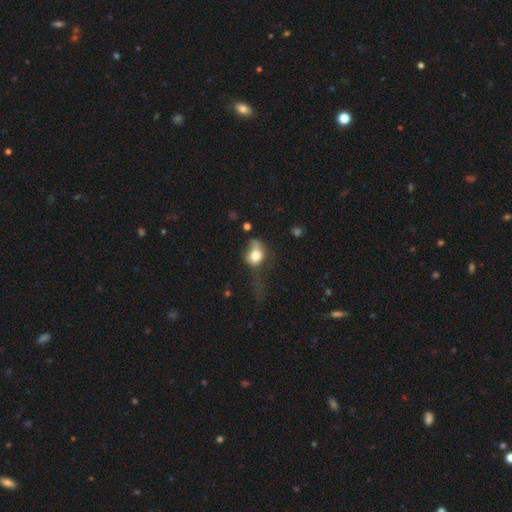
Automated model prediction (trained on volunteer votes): Q: Smooth or featured?
A: smooth (71%); runner-up: featured or disk (19%)
Q: How rounded?
A: in between (60%); runner-up: round (38%)
Q: Merging?
A: major disturbance (47%); runner-up: minor disturbance (26%)